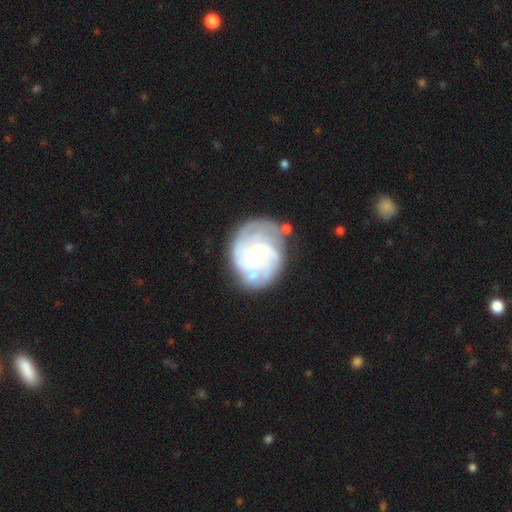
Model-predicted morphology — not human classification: Q: Smooth or featured?
A: featured or disk (83%); runner-up: smooth (11%)
Q: Edge-on disk?
A: no (98%); runner-up: yes (2%)
Q: Bar?
A: no (48%); runner-up: weak (44%)
Q: Spiral arms?
A: yes (93%); runner-up: no (7%)
Q: Spiral winding?
A: tight (50%); runner-up: medium (37%)
Q: Spiral arm count?
A: can't tell (28%); runner-up: 2 (24%)
Q: Bulge size?
A: small (60%); runner-up: moderate (34%)
Q: Merging?
A: none (67%); runner-up: minor disturbance (19%)